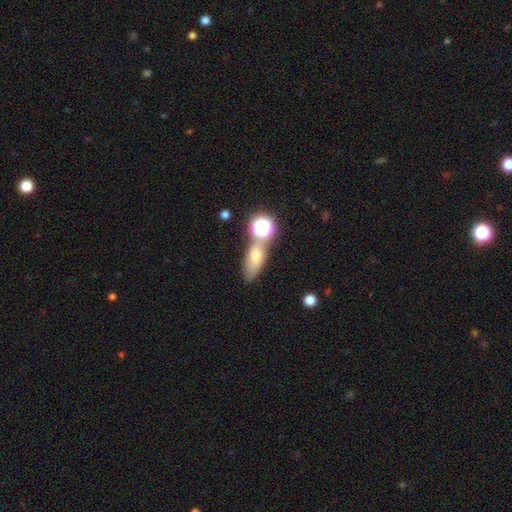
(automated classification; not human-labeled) smooth 57%, star or artifact 22%, featured or disk 21%. Down the decision tree: how rounded — in between (64%); merging — none (53%).